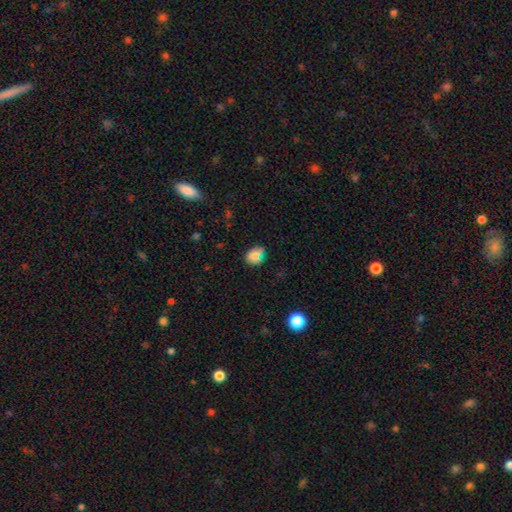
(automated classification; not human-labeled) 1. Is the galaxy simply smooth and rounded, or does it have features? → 75% smooth, 16% star or artifact, 8% featured or disk.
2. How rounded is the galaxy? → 50% round, 47% in between, 2% cigar-shaped.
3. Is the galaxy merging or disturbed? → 73% none, 17% minor disturbance, 5% merger, 4% major disturbance.